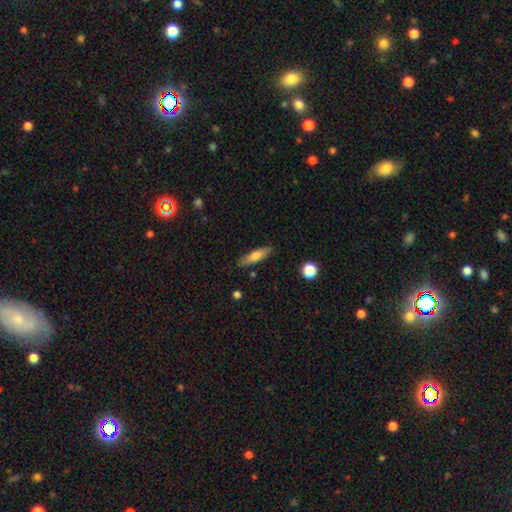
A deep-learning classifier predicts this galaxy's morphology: smooth-or-featured: smooth: 68% | featured or disk: 26% | star or artifact: 7%
  how-rounded: cigar-shaped: 70% | in between: 28% | round: 2%
  merging: none: 85% | minor disturbance: 11% | major disturbance: 2% | merger: 2%